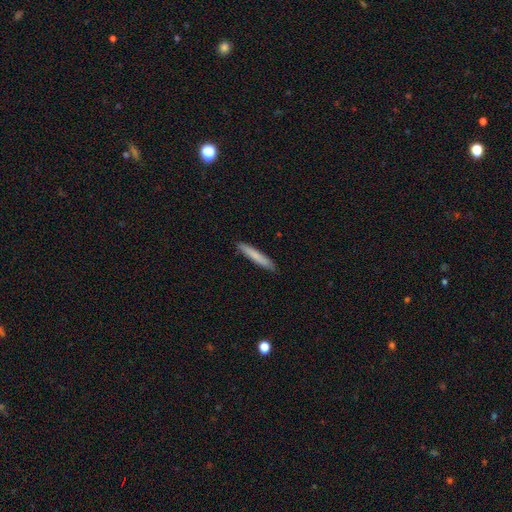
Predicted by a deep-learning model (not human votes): smooth-or-featured: smooth: 78% | featured or disk: 16% | star or artifact: 6%
  how-rounded: cigar-shaped: 94% | in between: 5% | round: 1%
  merging: none: 91% | minor disturbance: 7% | major disturbance: 1% | merger: 1%